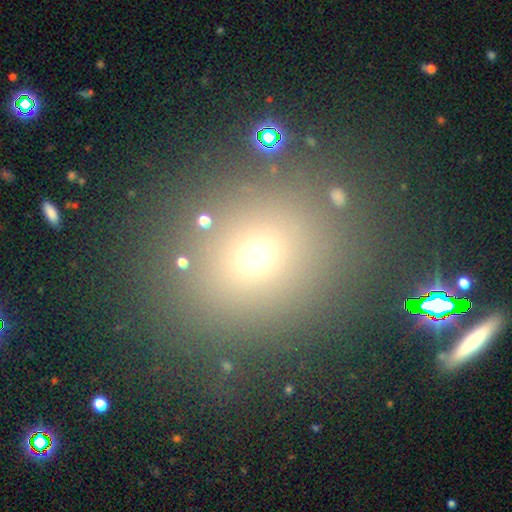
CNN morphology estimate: type=smooth (66%); roundness=round (61%); merging=none (79%).